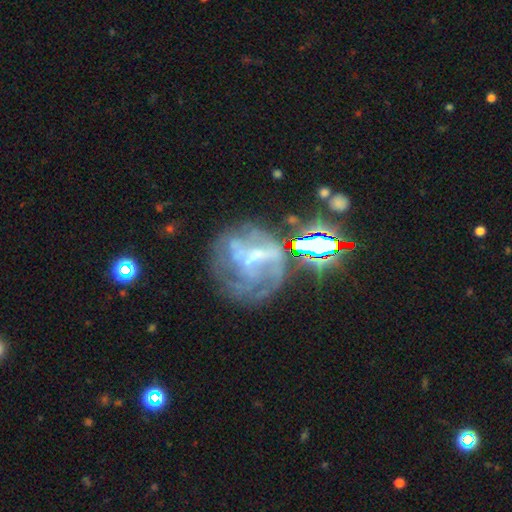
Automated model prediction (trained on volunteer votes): Smooth or featured: featured or disk — 64% (star or artifact — 19%)
Edge-on disk: no — 97% (yes — 3%)
Bar: no — 46% (weak — 36%)
Spiral arms: no — 55% (yes — 45%)
Bulge size: none — 43% (small — 34%)
Merging: none — 40% (major disturbance — 31%)